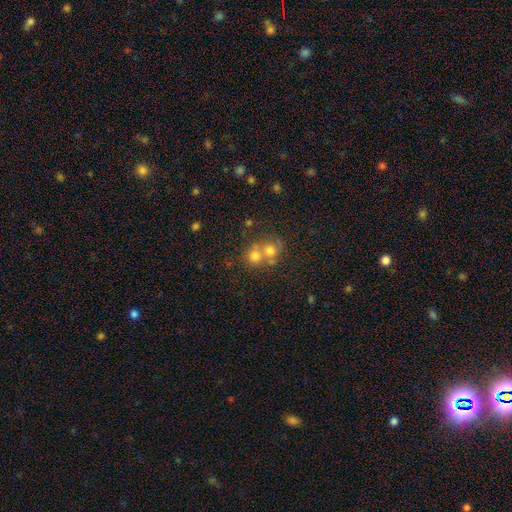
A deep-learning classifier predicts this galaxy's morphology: Smooth or featured? Predicted: smooth (p=0.68). How rounded? Predicted: round (p=0.81). Merging? Predicted: merger (p=0.57).